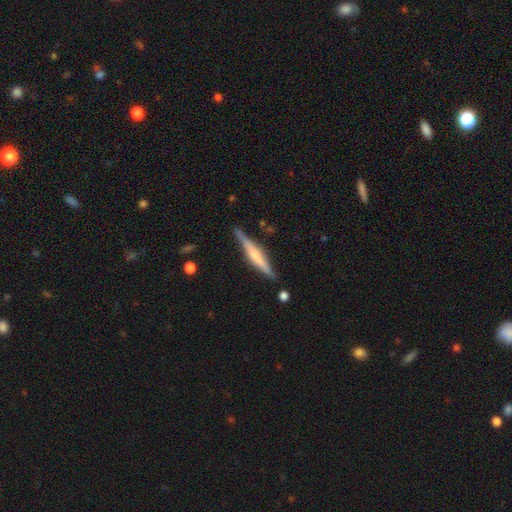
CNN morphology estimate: This appears to be a featured or disk galaxy (60%) viewed edge-on (97%) with a rounded central bulge (61%). Merging: none (85%).